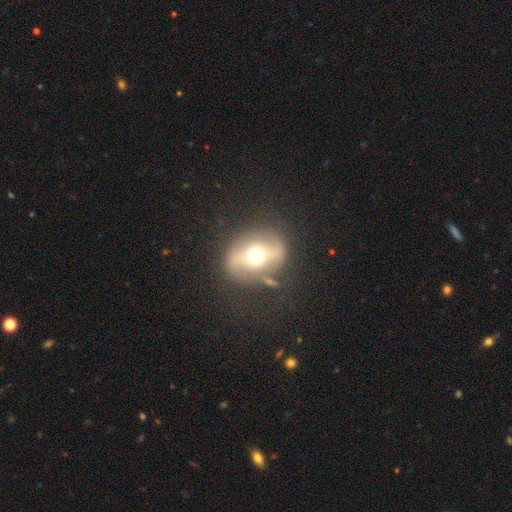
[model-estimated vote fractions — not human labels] Smooth or featured? Predicted: featured or disk (p=0.56). Edge-on disk? Predicted: no (p=0.91). Bar? Predicted: strong (p=0.38). Spiral arms? Predicted: no (p=0.52). Bulge size? Predicted: moderate (p=0.71). Merging? Predicted: none (p=0.72).